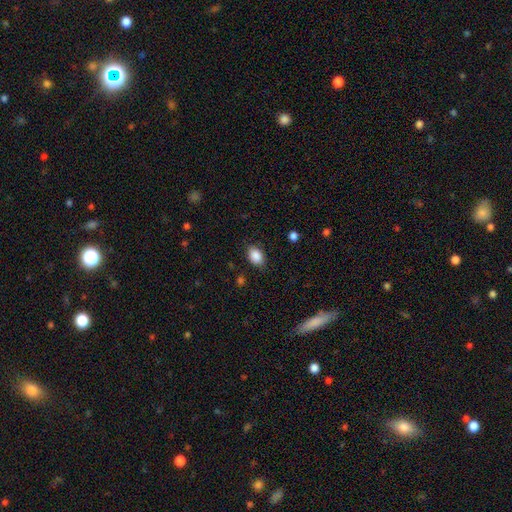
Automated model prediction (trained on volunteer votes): smooth-or-featured: smooth: 88% | star or artifact: 8% | featured or disk: 4%
  how-rounded: in between: 79% | round: 20% | cigar-shaped: 1%
  merging: none: 84% | minor disturbance: 12% | major disturbance: 3% | merger: 1%